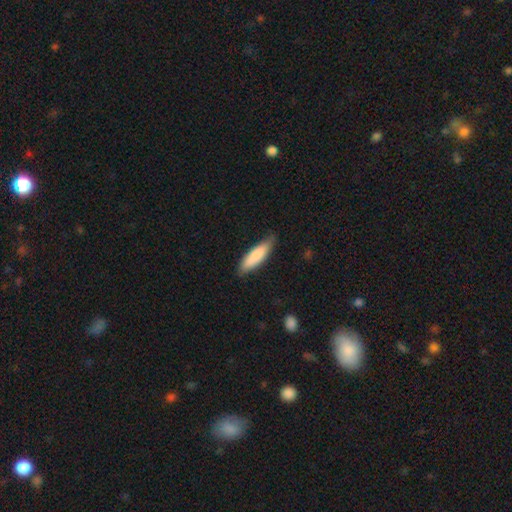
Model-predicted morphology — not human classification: smooth 84%, featured or disk 11%, star or artifact 5%. Down the decision tree: how rounded — cigar-shaped (62%); merging — none (80%).